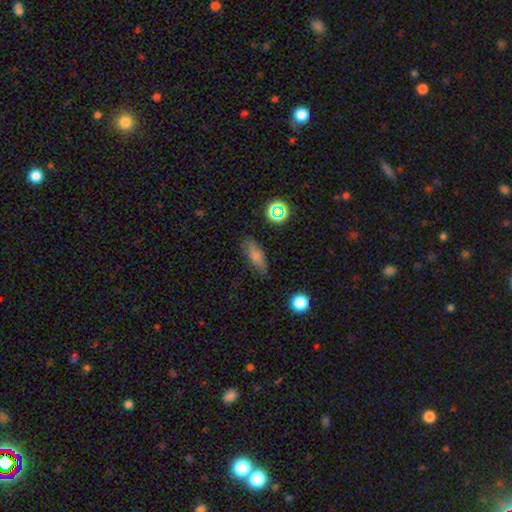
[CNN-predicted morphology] smooth-or-featured: smooth: 72% | featured or disk: 17% | star or artifact: 11%
  how-rounded: in between: 60% | cigar-shaped: 34% | round: 6%
  merging: none: 77% | minor disturbance: 17% | major disturbance: 4% | merger: 2%